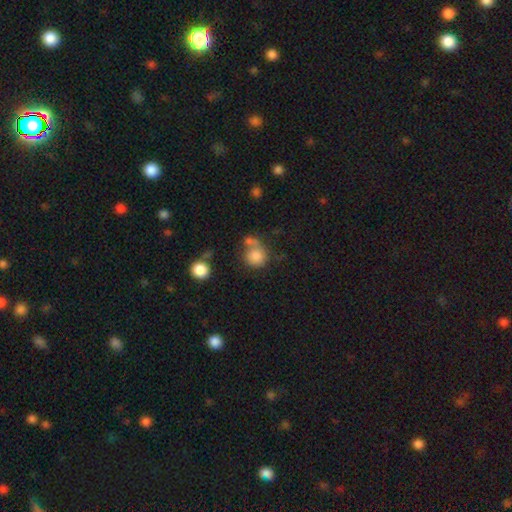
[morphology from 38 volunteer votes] A smooth galaxy with no disk features (92%) that is round (94%).

Vote fractions:
- Smooth or featured? smooth: 92% / star or artifact: 5% / featured or disk: 3%
- How rounded? round: 94% / in between: 6% / cigar-shaped: 0%
- Merging? none: 64% / merger: 19% / minor disturbance: 11% / major disturbance: 6%